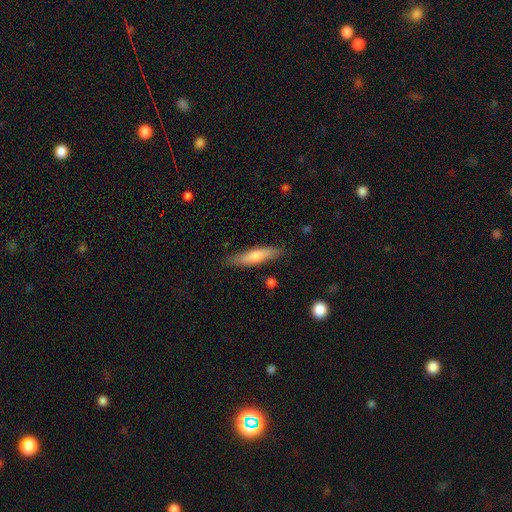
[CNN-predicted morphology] The model was most divided on "smooth or featured": smooth: 63%, featured or disk: 31%, star or artifact: 6%. More confident: merging — none (84%); how rounded — cigar-shaped (78%).